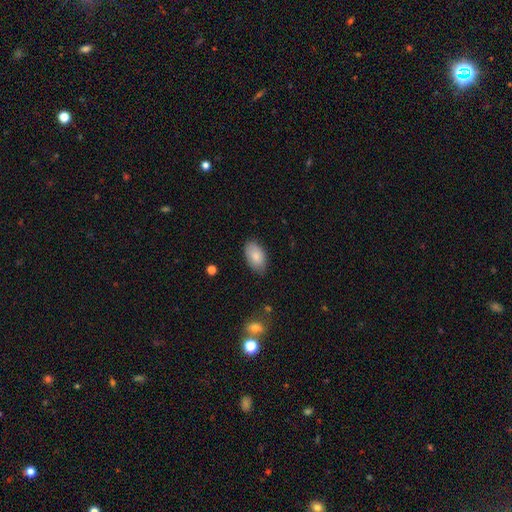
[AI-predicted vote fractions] Smooth or featured? Predicted: smooth (p=0.84). How rounded? Predicted: in between (p=0.94). Merging? Predicted: none (p=0.80).